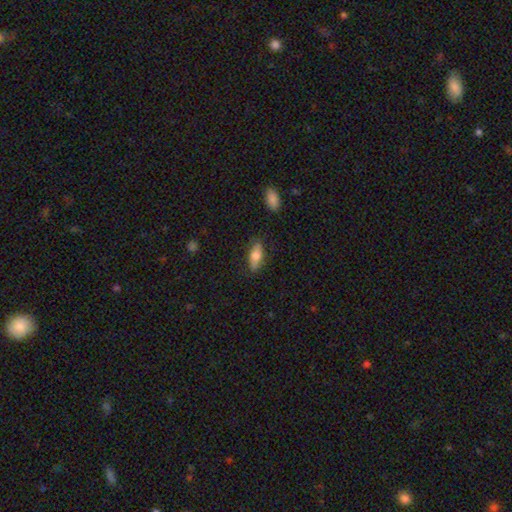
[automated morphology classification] Smooth or featured: smooth — 68% (featured or disk — 25%)
How rounded: in between — 69% (cigar-shaped — 28%)
Merging: none — 83% (minor disturbance — 13%)